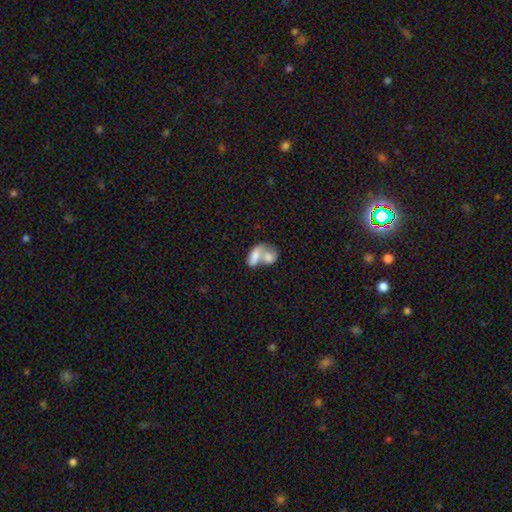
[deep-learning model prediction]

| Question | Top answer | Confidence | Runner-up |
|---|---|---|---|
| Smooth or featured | smooth | 70% | featured or disk (23%) |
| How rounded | in between | 84% | round (12%) |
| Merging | merger | 77% | none (11%) |